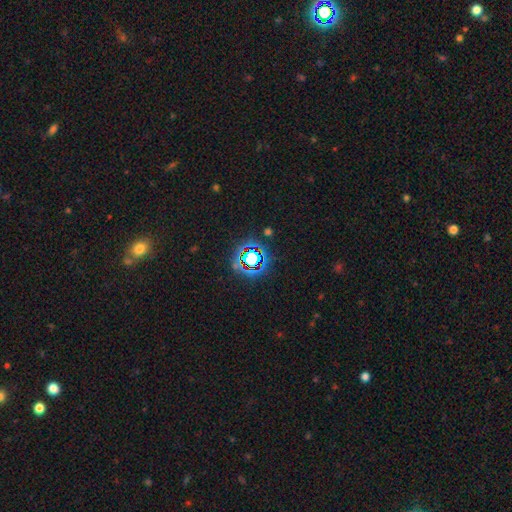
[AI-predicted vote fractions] Overall: star or artifact (69%).